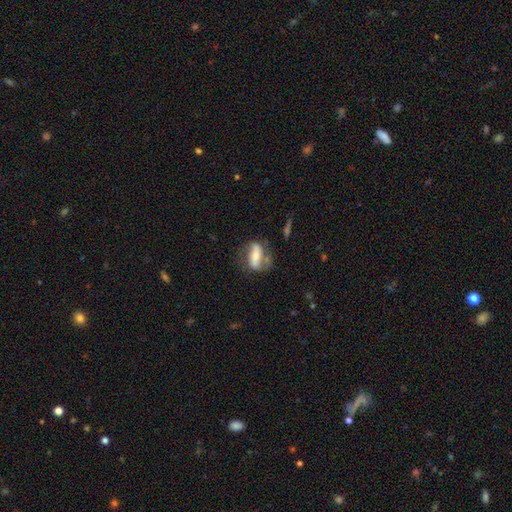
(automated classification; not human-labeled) The model was most divided on "smooth or featured": featured or disk: 60%, smooth: 34%, star or artifact: 7%. More confident: edge-on disk — no (84%); merging — none (62%).